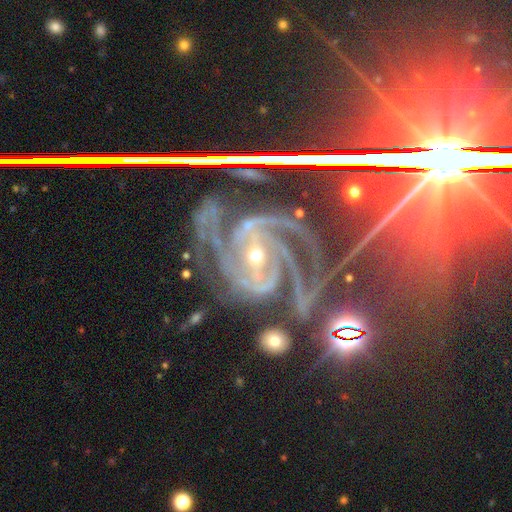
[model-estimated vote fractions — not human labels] smooth-or-featured: featured or disk: 77% | star or artifact: 18% | smooth: 5%
  disk-edge-on: no: 94% | yes: 6%
    bar: no: 46% | weak: 31% | strong: 22%
    has-spiral-arms: yes: 98% | no: 2%
      spiral-winding: tight: 65% | medium: 29% | loose: 6%
      spiral-arm-count: 3: 29% | 2: 25% | can't tell: 17% | 4: 13% | more than 4: 9% | 1: 8%
    bulge-size: small: 65% | moderate: 31% | large: 1% | none: 1% | dominant: 1%
  merging: none: 71% | minor disturbance: 16% | major disturbance: 10% | merger: 3%